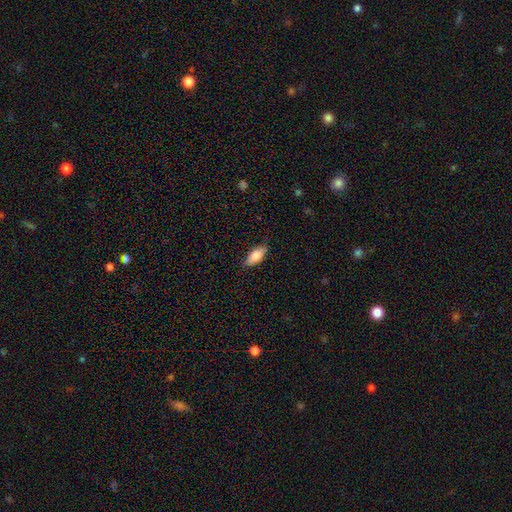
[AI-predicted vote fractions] This appears to be a smooth galaxy with no disk features (83%) that is in between round and cigar-shaped (84%). Merging: none (81%).